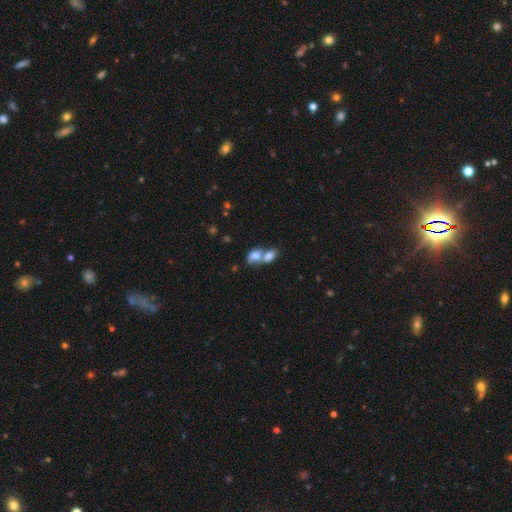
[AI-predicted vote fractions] A smooth galaxy with no disk features (77%) that is in between round and cigar-shaped (83%). Merging: merger (73%).